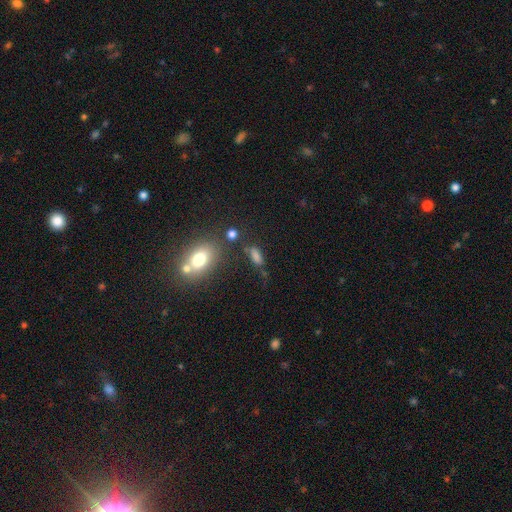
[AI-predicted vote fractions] smooth 72%, star or artifact 16%, featured or disk 12%. Down the decision tree: how rounded — in between (65%); merging — none (60%).